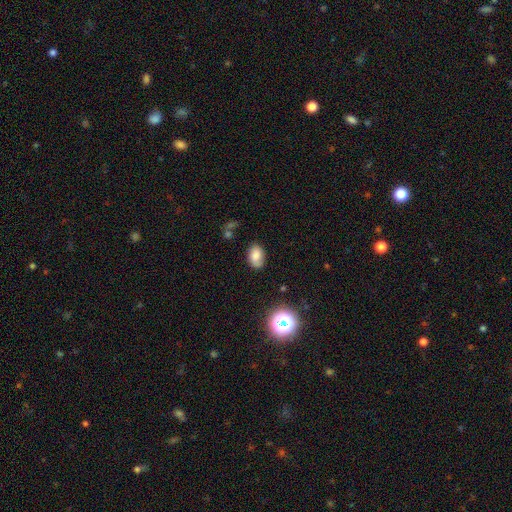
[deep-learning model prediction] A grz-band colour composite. It shows a smooth galaxy with no disk features (76%) that is in between round and cigar-shaped (87%). Merging: none (76%).